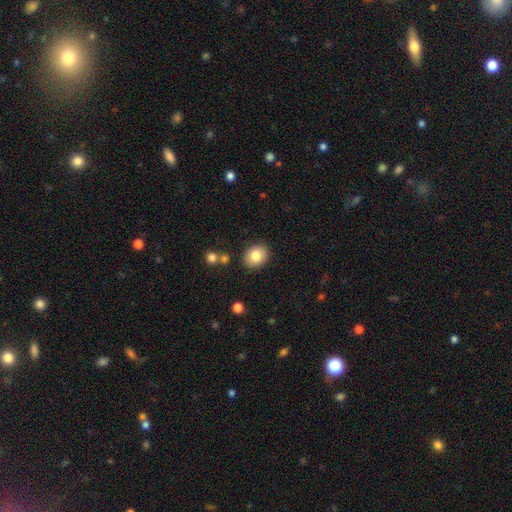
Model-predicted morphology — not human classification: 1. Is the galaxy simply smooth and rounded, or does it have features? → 81% smooth, 10% featured or disk, 9% star or artifact.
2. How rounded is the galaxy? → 55% in between, 44% round, 1% cigar-shaped.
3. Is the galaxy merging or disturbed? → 86% none, 9% minor disturbance, 3% merger, 2% major disturbance.